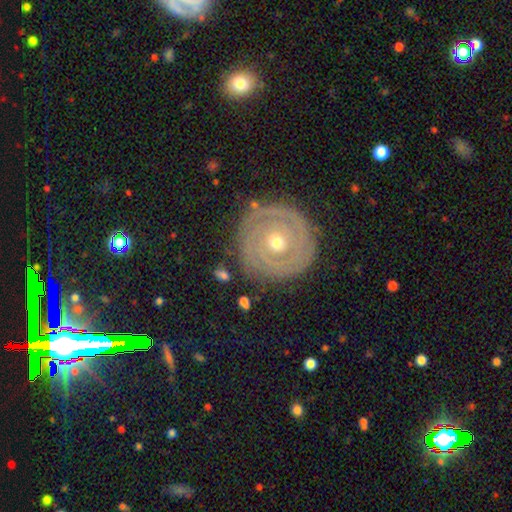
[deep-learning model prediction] A featured or disk galaxy (65%) with no bar (80%), spiral arms (61%) and a moderate central bulge (55%).

Vote fractions:
- Smooth or featured? featured or disk: 65% / smooth: 23% / star or artifact: 13%
- Edge-on disk? no: 95% / yes: 5%
- Bar? no: 80% / weak: 15% / strong: 5%
- Spiral arms? yes: 61% / no: 39%
- Bulge size? moderate: 55% / small: 41% / large: 2% / dominant: 1% / none: 1%
- Merging? none: 83% / minor disturbance: 11% / major disturbance: 4% / merger: 2%